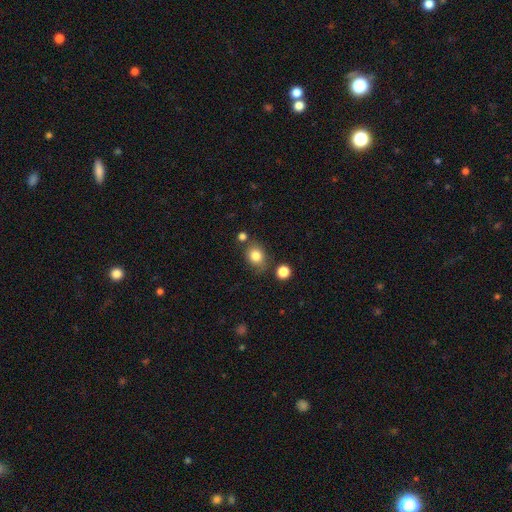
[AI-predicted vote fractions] smooth-or-featured: smooth: 82% | star or artifact: 10% | featured or disk: 8%
  how-rounded: round: 57% | in between: 42% | cigar-shaped: 1%
  merging: none: 70% | minor disturbance: 17% | merger: 8% | major disturbance: 5%